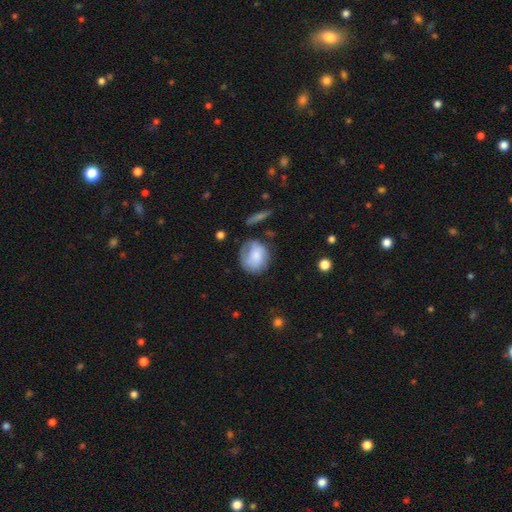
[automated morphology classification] Q: Smooth or featured?
A: smooth (66%); runner-up: featured or disk (27%)
Q: How rounded?
A: round (67%); runner-up: in between (32%)
Q: Merging?
A: none (54%); runner-up: minor disturbance (28%)